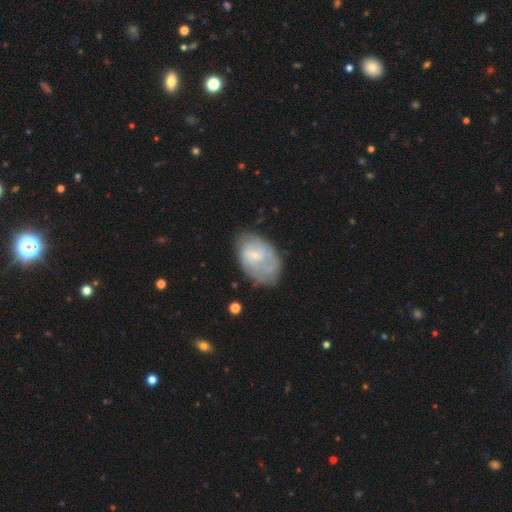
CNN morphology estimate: Overall: featured or disk (52%; smooth 40%). Edge-on disk: no (96%). Bar: no (52%; weak 41%). Spiral arms: yes (62%; no 38%). Bulge size: small (68%). Merging: none (55%; minor disturbance 28%).